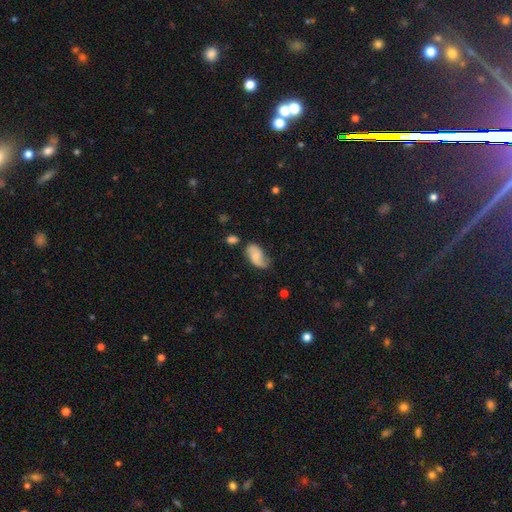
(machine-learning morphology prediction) The model was most divided on "smooth or featured": smooth: 52%, featured or disk: 40%, star or artifact: 8%. More confident: how rounded — in between (93%); merging — none (54%).